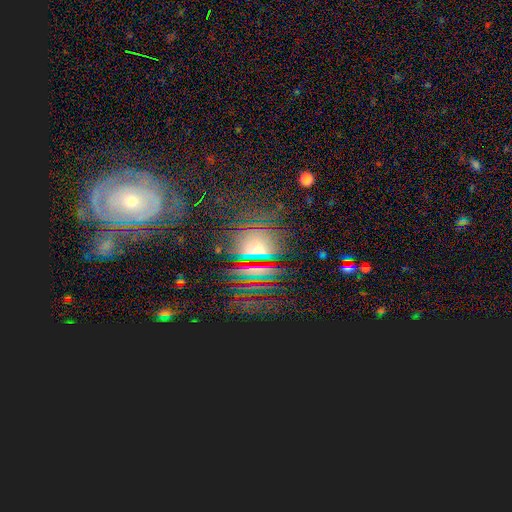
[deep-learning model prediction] A star or artifact, not a galaxy (53%).

Vote fractions:
- Smooth or featured? star or artifact: 53% / smooth: 24% / featured or disk: 23%